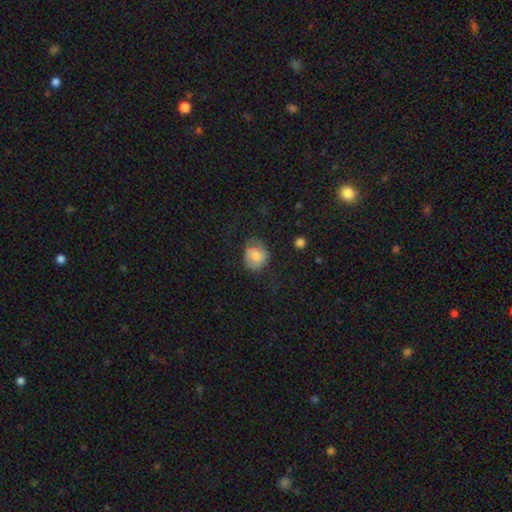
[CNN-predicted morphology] Overall: smooth (73%). How rounded: round (65%; in between 34%). Merging: none (58%; minor disturbance 26%).